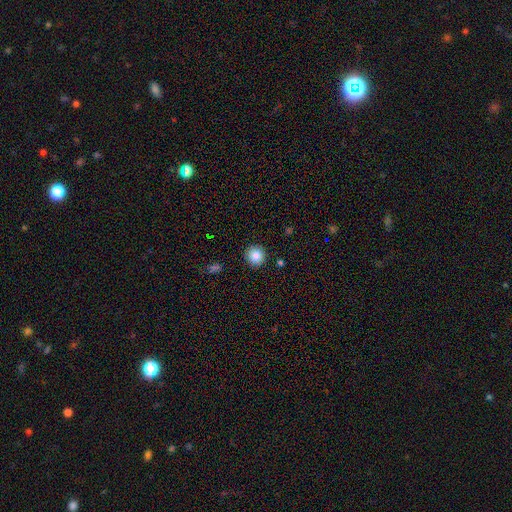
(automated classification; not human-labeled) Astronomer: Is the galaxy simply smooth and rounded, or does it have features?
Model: smooth — 85%.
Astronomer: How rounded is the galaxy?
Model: round — 94%.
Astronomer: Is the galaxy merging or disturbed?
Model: none — 91%.